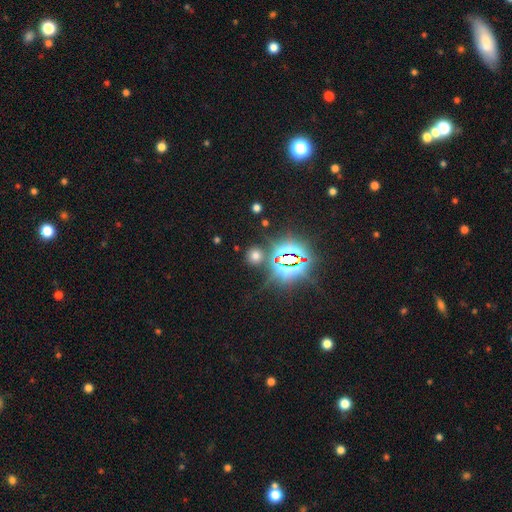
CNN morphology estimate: Smooth or featured? Predicted: smooth (p=0.54). How rounded? Predicted: round (p=0.85). Merging? Predicted: none (p=0.83).